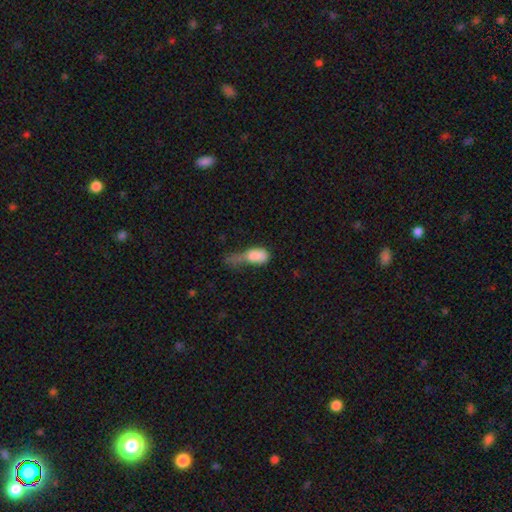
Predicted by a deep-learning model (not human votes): smooth 79%, featured or disk 12%, star or artifact 9%. Down the decision tree: how rounded — in between (82%); merging — major disturbance (51%).